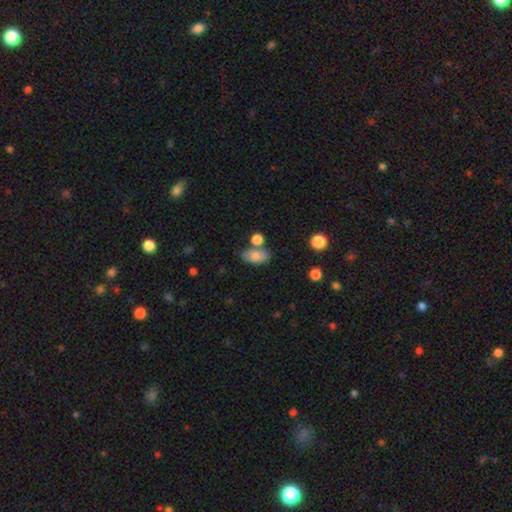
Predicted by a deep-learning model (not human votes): smooth-or-featured: smooth: 78% | featured or disk: 14% | star or artifact: 8%
  how-rounded: in between: 90% | round: 7% | cigar-shaped: 3%
  merging: none: 67% | merger: 16% | minor disturbance: 14% | major disturbance: 4%